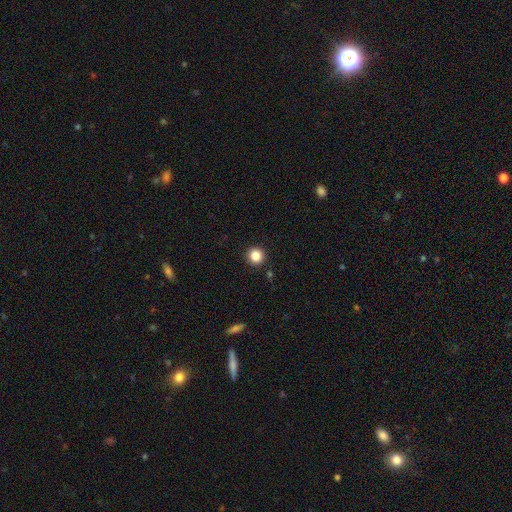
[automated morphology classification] This appears to be a smooth galaxy with no disk features (85%) that is round (95%). Merging: none (92%).